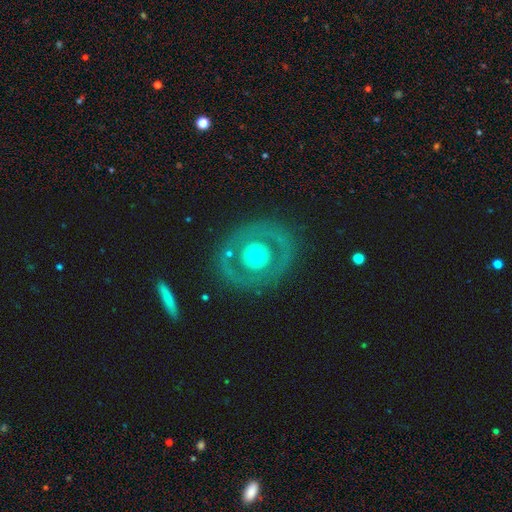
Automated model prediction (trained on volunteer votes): A featured or disk galaxy (54%) with no bar (92%), no spiral arms (88%) and a moderate central bulge (64%).

Vote fractions:
- Smooth or featured? featured or disk: 54% / smooth: 40% / star or artifact: 6%
- Edge-on disk? no: 95% / yes: 5%
- Bar? no: 92% / weak: 6% / strong: 2%
- Spiral arms? no: 88% / yes: 12%
- Bulge size? moderate: 64% / large: 17% / small: 16% / dominant: 2% / none: 1%
- Merging? none: 81% / minor disturbance: 10% / major disturbance: 7% / merger: 2%